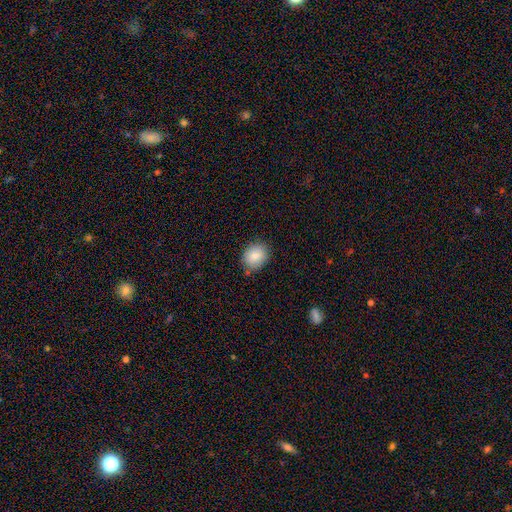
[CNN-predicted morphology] A smooth galaxy with no disk features (84%) that is round (53%). Merging: none (81%).